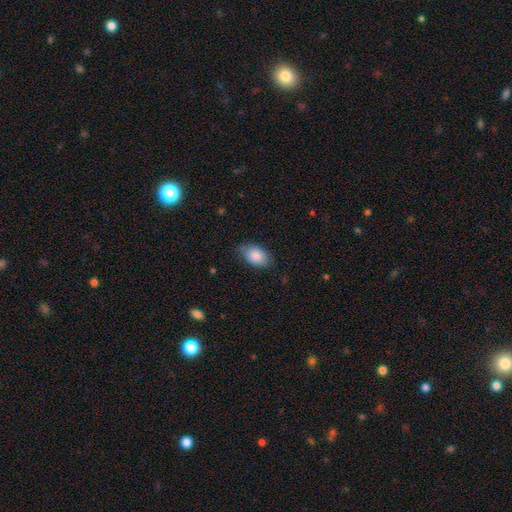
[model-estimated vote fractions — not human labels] Morphology: type=smooth (88%); roundness=in between (90%); merging=none (74%).